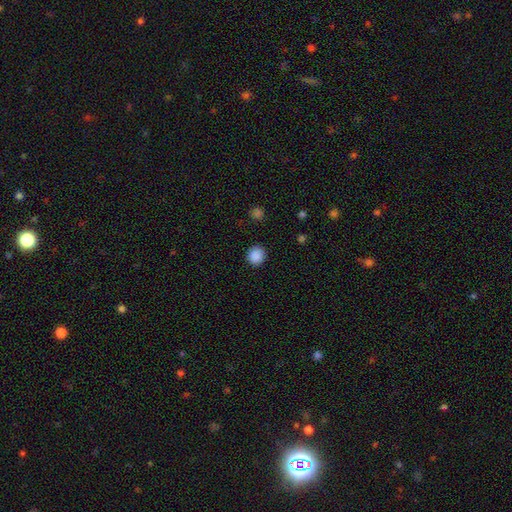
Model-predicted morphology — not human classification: A smooth galaxy with no disk features (88%) that is round (89%). Merging: none (91%).